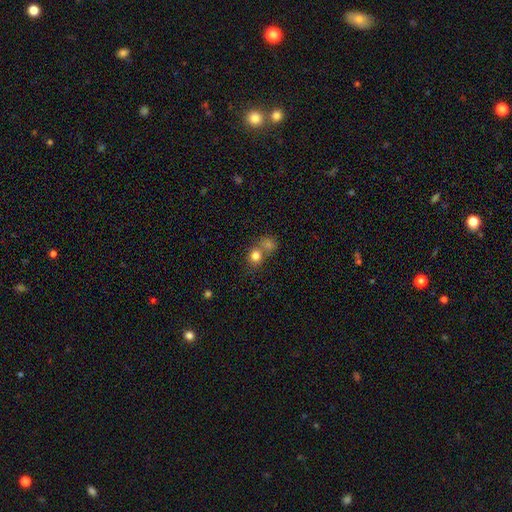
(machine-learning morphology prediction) This is likely a smooth galaxy (79%). How rounded: likely round (79%). Merging: possibly none (47%).